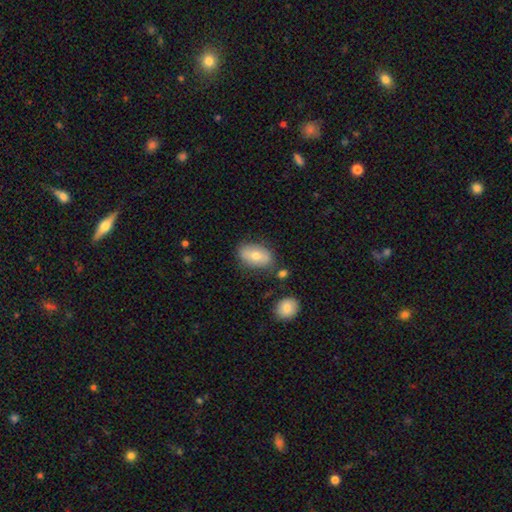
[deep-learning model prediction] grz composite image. It shows a smooth galaxy with no disk features (71%) that is in between round and cigar-shaped (91%). Merging: none (75%).